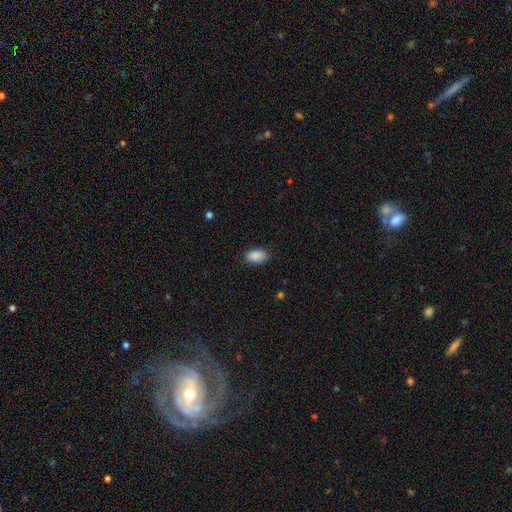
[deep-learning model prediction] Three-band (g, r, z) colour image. It shows a smooth galaxy with no disk features (89%) that is in between round and cigar-shaped (93%). Merging: none (84%).